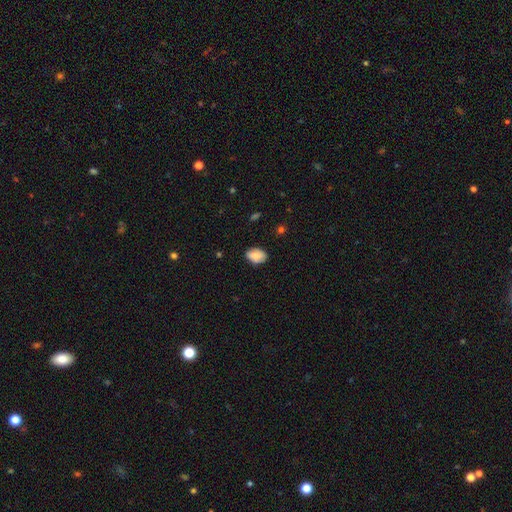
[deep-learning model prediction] Smooth or featured? Predicted: smooth (p=0.78). How rounded? Predicted: in between (p=0.85). Merging? Predicted: none (p=0.79).